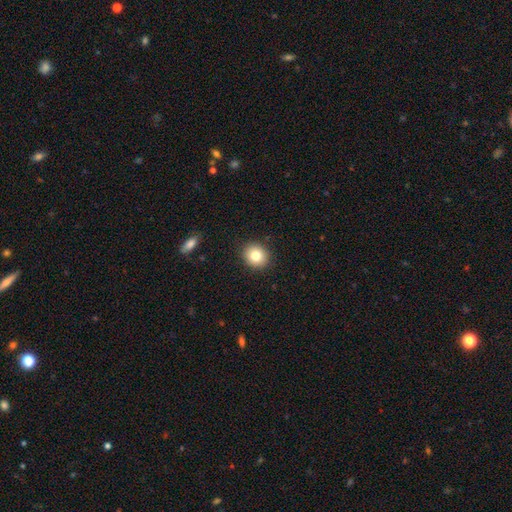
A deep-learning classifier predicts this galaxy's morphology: A smooth galaxy with no disk features (81%) that is round (76%). Merging: none (90%).